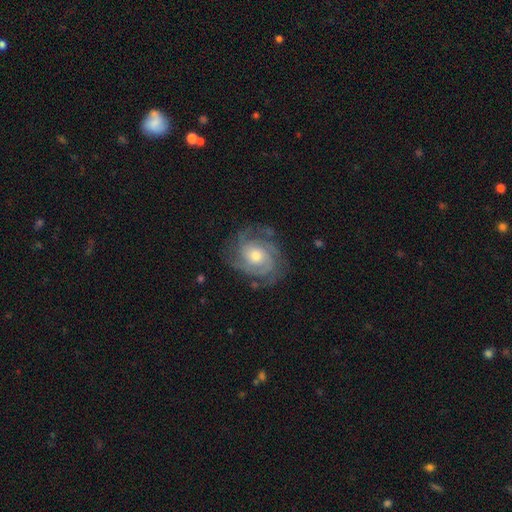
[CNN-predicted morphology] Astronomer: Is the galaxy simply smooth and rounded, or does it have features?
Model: featured or disk — 89%.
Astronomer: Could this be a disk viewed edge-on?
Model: no — 98%.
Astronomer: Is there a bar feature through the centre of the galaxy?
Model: no — 73%.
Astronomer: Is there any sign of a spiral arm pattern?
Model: yes — 97%.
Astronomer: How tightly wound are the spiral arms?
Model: tight — 64%.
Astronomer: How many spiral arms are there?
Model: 3 — 41% (runner-up: 2, 21%).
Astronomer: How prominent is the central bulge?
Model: moderate — 67%.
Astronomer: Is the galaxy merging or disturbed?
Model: none — 76%.